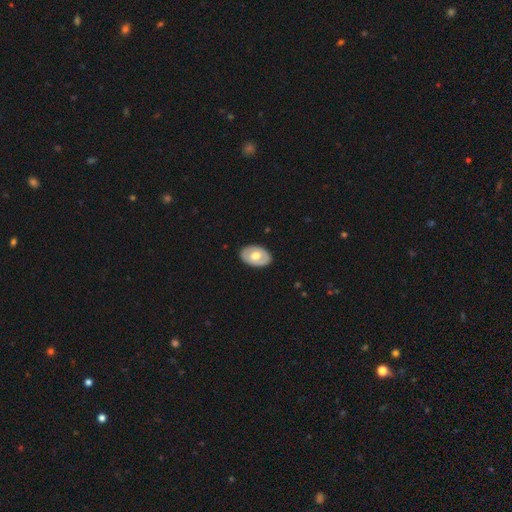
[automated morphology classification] Q: Smooth or featured?
A: smooth (50%); runner-up: featured or disk (46%)
Q: Merging?
A: none (87%); runner-up: minor disturbance (10%)